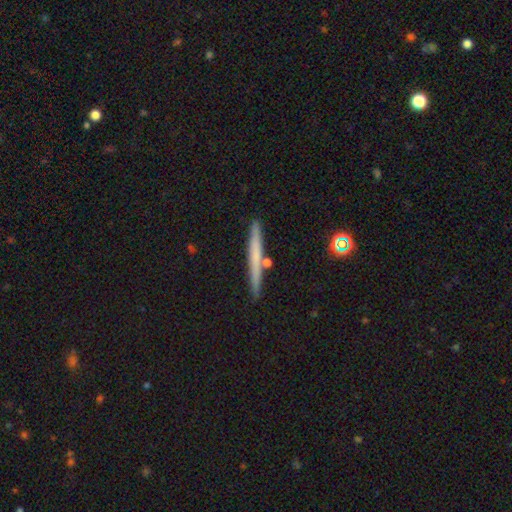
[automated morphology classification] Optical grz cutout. It shows a smooth galaxy with no disk features (53%) that is cigar-shaped (96%). Merging: none (85%).